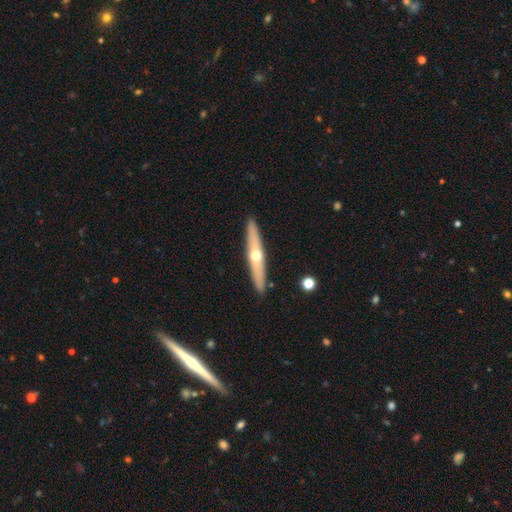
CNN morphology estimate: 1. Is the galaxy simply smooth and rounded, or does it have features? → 57% featured or disk, 38% smooth, 5% star or artifact.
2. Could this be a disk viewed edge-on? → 89% yes, 11% no.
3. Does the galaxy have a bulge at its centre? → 90% rounded, 9% none, 2% boxy.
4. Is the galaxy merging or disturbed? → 90% none, 7% minor disturbance, 2% merger, 2% major disturbance.